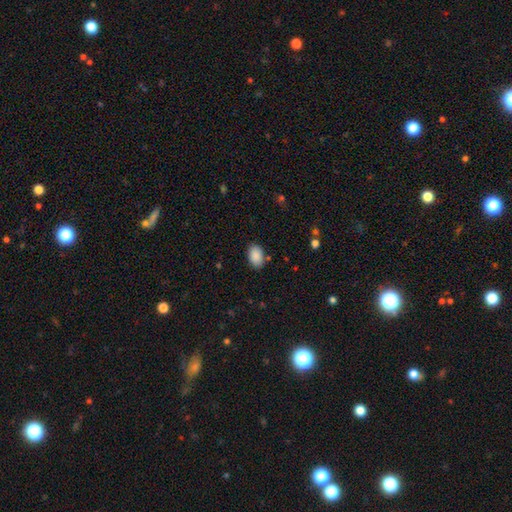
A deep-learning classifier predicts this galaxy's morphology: smooth-or-featured: smooth: 89% | star or artifact: 7% | featured or disk: 4%
  how-rounded: in between: 89% | round: 10% | cigar-shaped: 1%
  merging: none: 84% | minor disturbance: 11% | major disturbance: 3% | merger: 2%